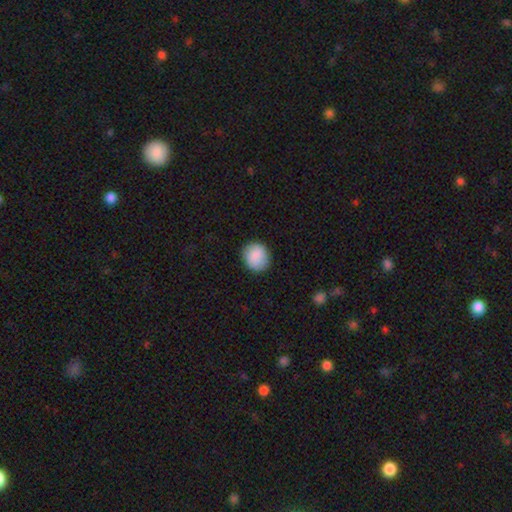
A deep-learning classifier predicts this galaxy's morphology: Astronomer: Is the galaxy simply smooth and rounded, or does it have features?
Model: smooth — 88%.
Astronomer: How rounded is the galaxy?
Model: round — 77%.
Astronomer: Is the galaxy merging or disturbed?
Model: none — 85%.